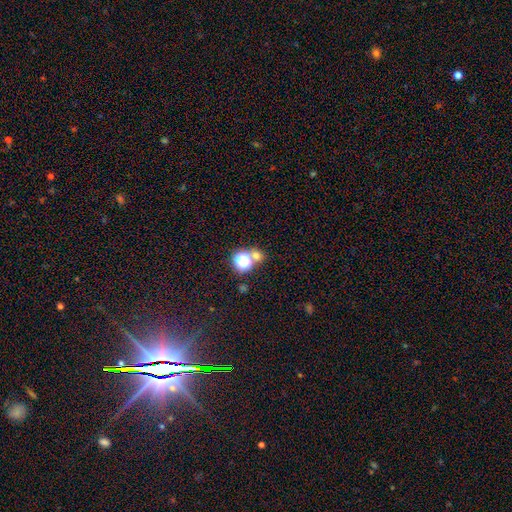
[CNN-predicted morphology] smooth 62%, star or artifact 30%, featured or disk 8%. Down the decision tree: how rounded — round (80%); merging — none (61%).